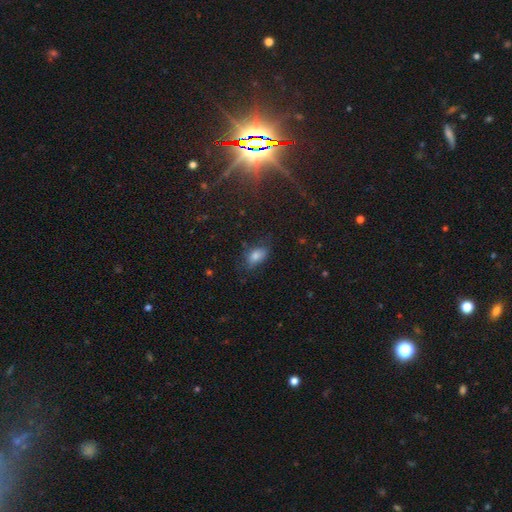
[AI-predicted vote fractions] Smooth or featured? Predicted: smooth (p=0.70). How rounded? Predicted: in between (p=0.84). Merging? Predicted: none (p=0.66).